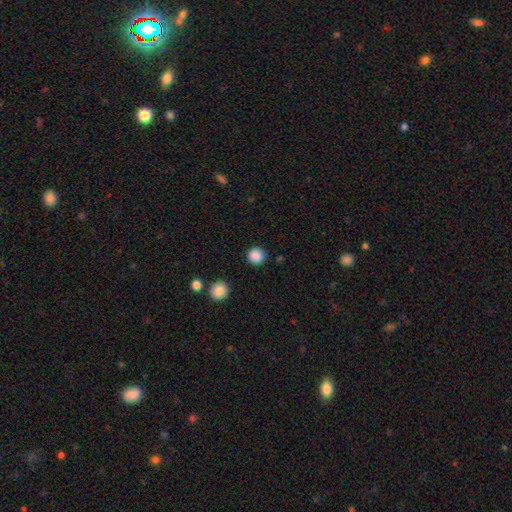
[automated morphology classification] The model was most divided on "smooth or featured": smooth: 88%, star or artifact: 10%, featured or disk: 3%. More confident: how rounded — round (94%); merging — none (90%).